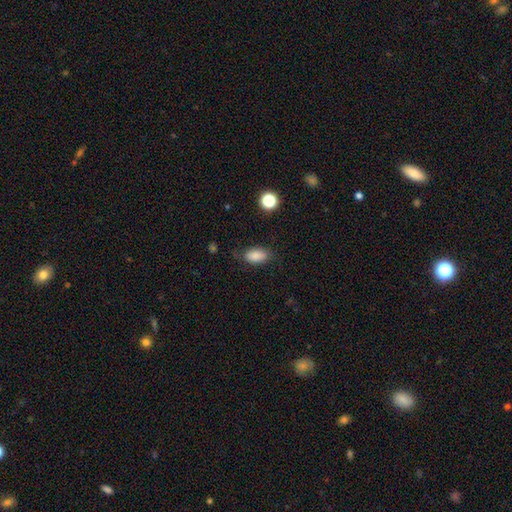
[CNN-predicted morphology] Smooth or featured? smooth (86%)
How rounded? in between (91%)
Merging? none (78%)